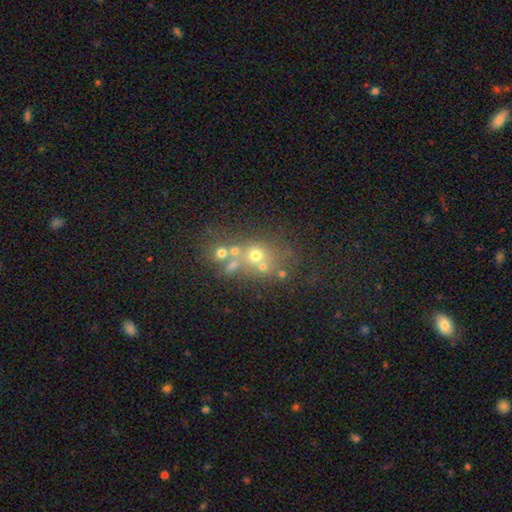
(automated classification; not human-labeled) Overall: smooth (49%; star or artifact 26%). Merging: none (48%; merger 32%).